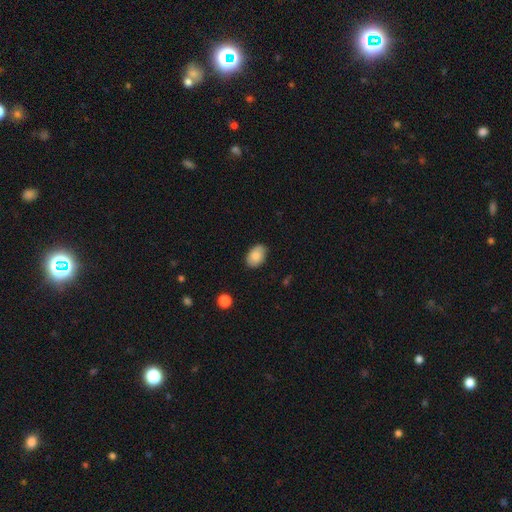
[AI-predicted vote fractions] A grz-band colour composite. It shows a smooth galaxy with no disk features (84%) that is in between round and cigar-shaped (87%). Merging: none (83%).